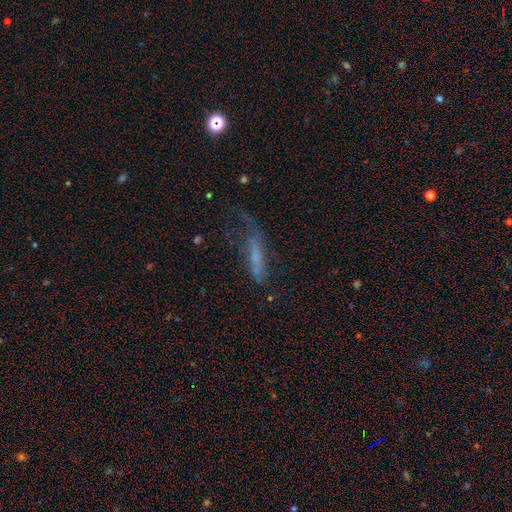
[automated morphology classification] Smooth or featured? Predicted: featured or disk (p=0.45). Merging? Predicted: major disturbance (p=0.39).